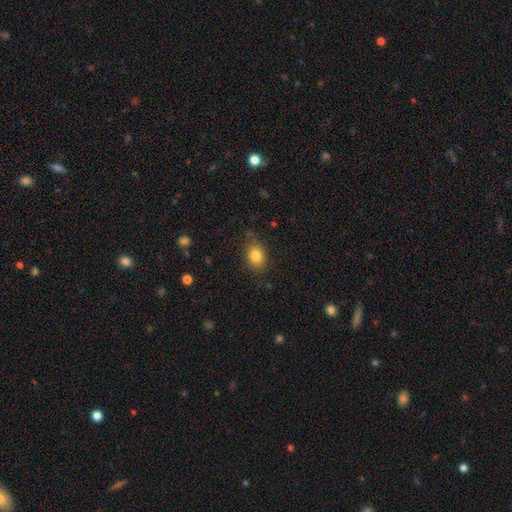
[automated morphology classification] smooth-or-featured: smooth: 82% | star or artifact: 10% | featured or disk: 8%
  how-rounded: in between: 65% | round: 34% | cigar-shaped: 1%
  merging: none: 81% | minor disturbance: 13% | major disturbance: 3% | merger: 2%